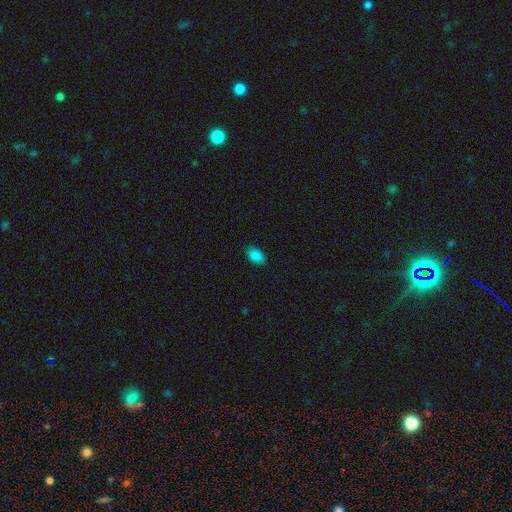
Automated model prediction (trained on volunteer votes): The model was most divided on "merging": none: 85%, minor disturbance: 12%, major disturbance: 3%, merger: 1%. More confident: how rounded — in between (90%); smooth or featured — smooth (87%).